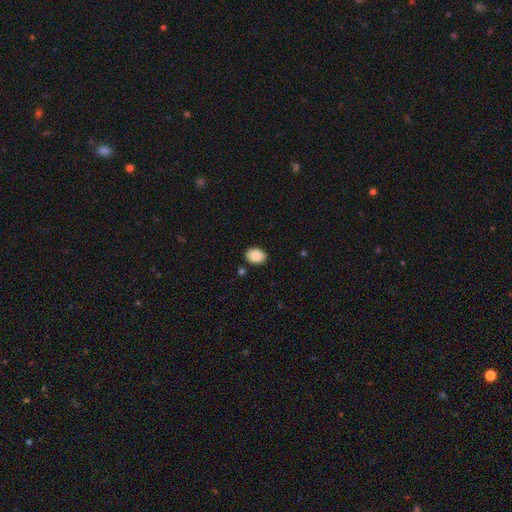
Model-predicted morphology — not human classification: Smooth or featured? Predicted: smooth (p=0.85). How rounded? Predicted: in between (p=0.67). Merging? Predicted: none (p=0.87).